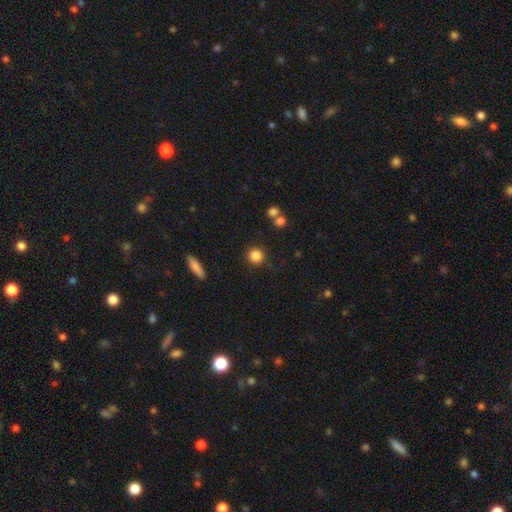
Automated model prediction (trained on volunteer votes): Morphology: type=smooth (85%); roundness=round (92%); merging=none (85%).